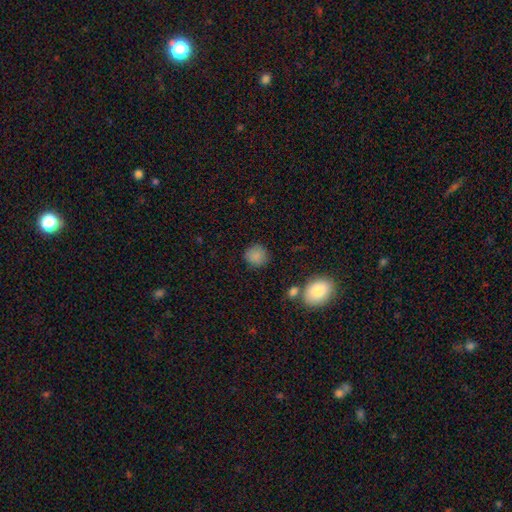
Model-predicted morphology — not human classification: smooth 85%, star or artifact 10%, featured or disk 5%. Down the decision tree: how rounded — round (89%); merging — none (85%).